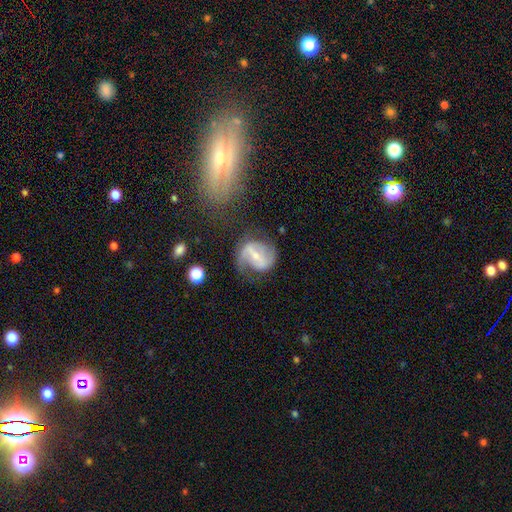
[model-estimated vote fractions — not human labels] Morphology: type=featured or disk (80%); edge-on=no (97%); bar=strong (52%); spiral arms=yes (89%); winding=medium (45%); arm count=2 (78%); bulge=small (60%); merging=none (58%).